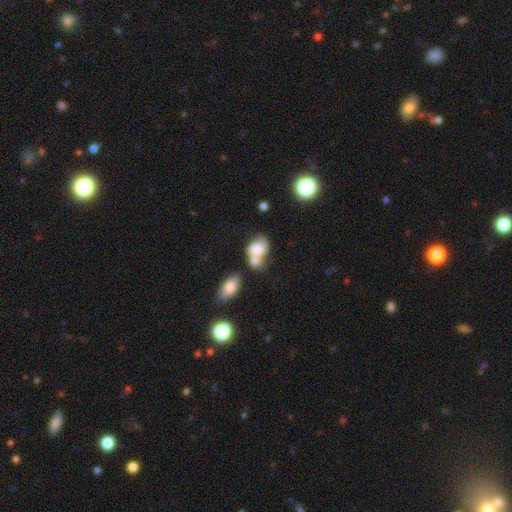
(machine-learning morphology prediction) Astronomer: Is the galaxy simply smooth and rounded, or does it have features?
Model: smooth — 66%.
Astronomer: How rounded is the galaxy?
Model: in between — 68%.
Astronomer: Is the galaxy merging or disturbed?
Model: merger — 57%.